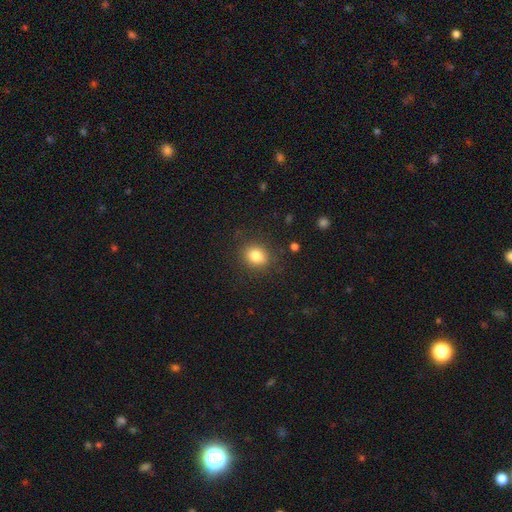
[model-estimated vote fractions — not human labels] This is clearly a smooth galaxy (82%). How rounded: likely round (62%). Merging: clearly none (86%).